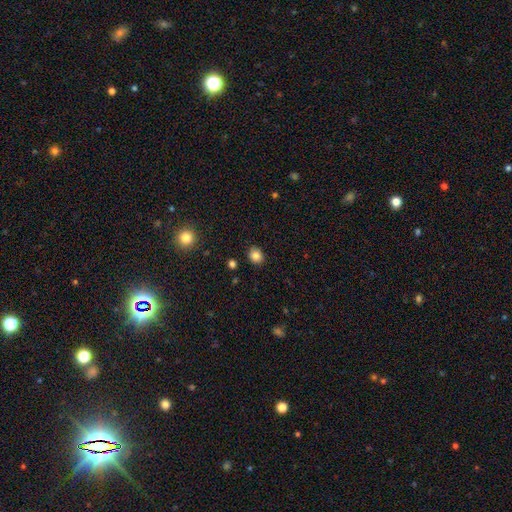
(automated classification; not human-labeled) smooth-or-featured: smooth: 84% | star or artifact: 11% | featured or disk: 5%
  how-rounded: round: 73% | in between: 26% | cigar-shaped: 1%
  merging: none: 89% | minor disturbance: 7% | major disturbance: 2% | merger: 2%